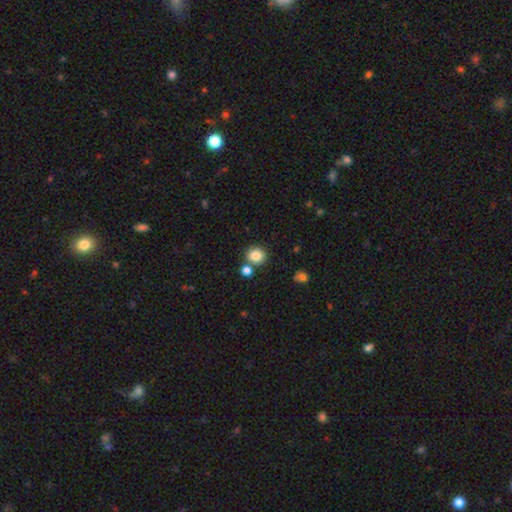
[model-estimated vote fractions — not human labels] Smooth or featured? Predicted: smooth (p=0.83). How rounded? Predicted: round (p=0.83). Merging? Predicted: none (p=0.74).